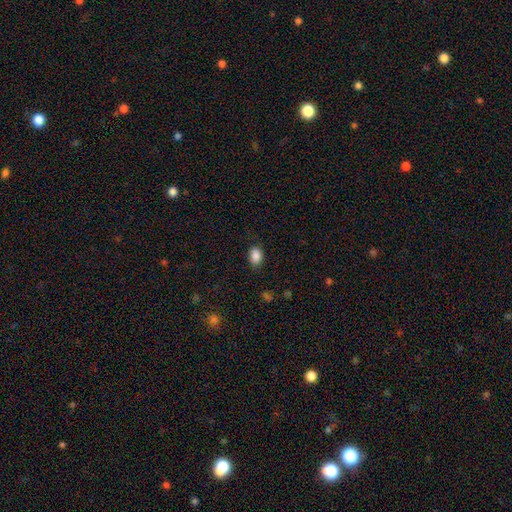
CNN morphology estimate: smooth-or-featured: smooth: 88% | star or artifact: 8% | featured or disk: 4%
  how-rounded: in between: 84% | round: 15% | cigar-shaped: 1%
  merging: none: 83% | minor disturbance: 13% | major disturbance: 3% | merger: 1%